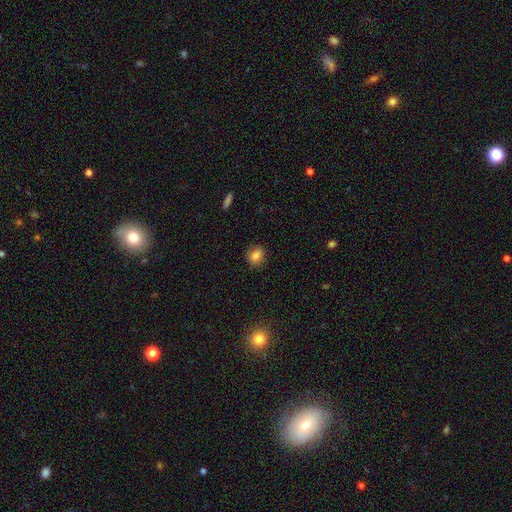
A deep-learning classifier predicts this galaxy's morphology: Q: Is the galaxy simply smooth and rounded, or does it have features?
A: smooth — 82%.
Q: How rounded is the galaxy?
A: round — 61%.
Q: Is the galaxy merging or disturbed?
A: none — 84%.